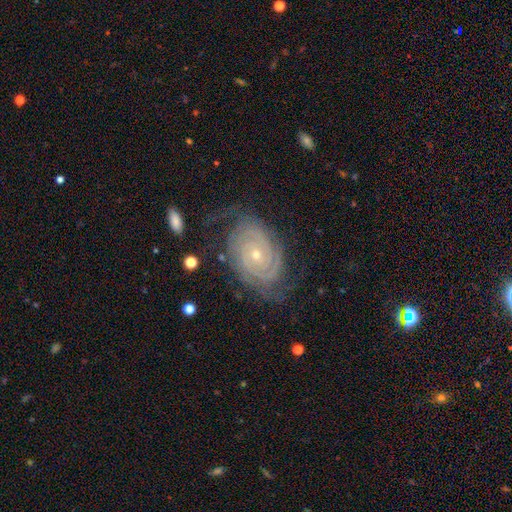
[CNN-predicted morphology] Smooth or featured? Predicted: featured or disk (p=0.86). Edge-on disk? Predicted: no (p=0.97). Bar? Predicted: no (p=0.75). Spiral arms? Predicted: yes (p=0.97). Spiral winding? Predicted: tight (p=0.77). Spiral arm count? Predicted: 2 (p=0.43). Bulge size? Predicted: small (p=0.70). Merging? Predicted: none (p=0.72).